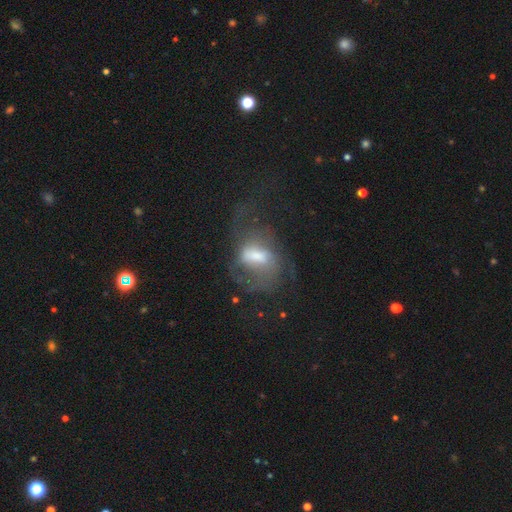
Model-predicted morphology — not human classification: A featured or disk galaxy (62%) with a weak bar (49%), spiral arms (68%) and a moderate central bulge (47%).

Vote fractions:
- Smooth or featured? featured or disk: 62% / smooth: 26% / star or artifact: 12%
- Edge-on disk? no: 94% / yes: 6%
- Bar? weak: 49% / strong: 28% / no: 24%
- Spiral arms? yes: 68% / no: 32%
- Bulge size? moderate: 47% / large: 24% / small: 19% / none: 7% / dominant: 3%
- Merging? major disturbance: 44% / none: 35% / minor disturbance: 18% / merger: 3%